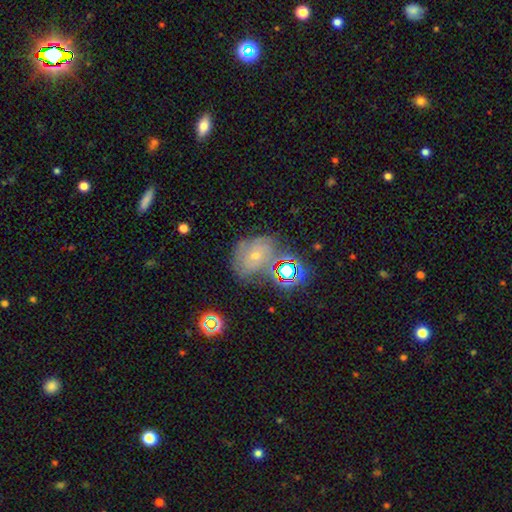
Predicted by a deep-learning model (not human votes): Overall: featured or disk (44%; smooth 30%). Merging: none (55%; minor disturbance 21%).